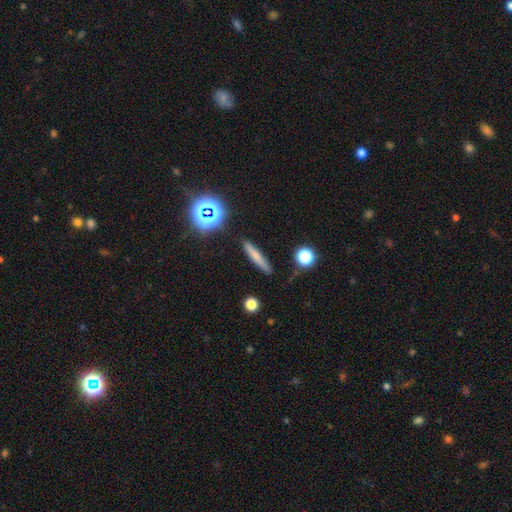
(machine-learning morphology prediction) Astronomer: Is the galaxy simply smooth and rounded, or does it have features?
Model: smooth — 69%.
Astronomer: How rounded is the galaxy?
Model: cigar-shaped — 90%.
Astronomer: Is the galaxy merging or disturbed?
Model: none — 87%.